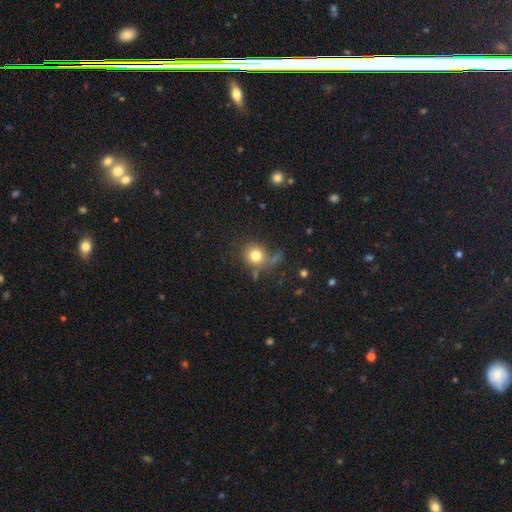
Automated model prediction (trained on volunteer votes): The model was most divided on "merging": none: 66%, minor disturbance: 16%, major disturbance: 9%, merger: 9%. More confident: how rounded — round (81%); smooth or featured — smooth (78%).